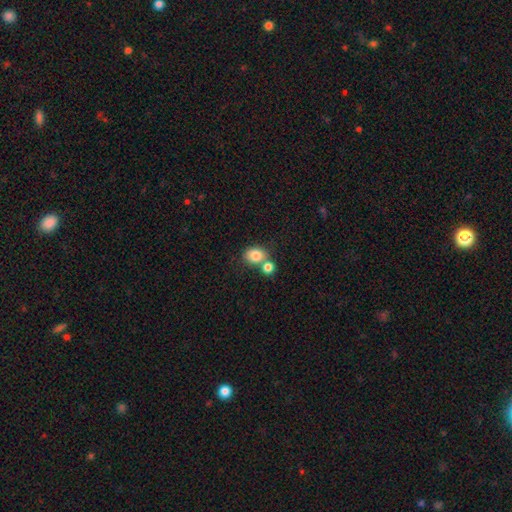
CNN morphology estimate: smooth-or-featured: smooth: 83% | star or artifact: 9% | featured or disk: 8%
  how-rounded: round: 55% | in between: 44% | cigar-shaped: 1%
  merging: none: 49% | merger: 39% | minor disturbance: 9% | major disturbance: 3%